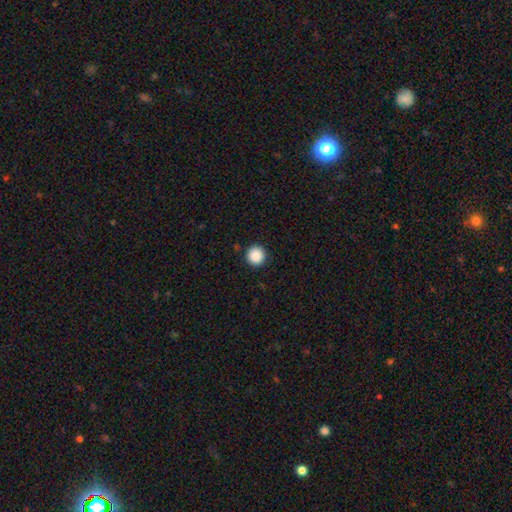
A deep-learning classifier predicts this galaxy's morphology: Smooth or featured: smooth — 89% (star or artifact — 9%)
How rounded: round — 96% (in between — 3%)
Merging: none — 92% (minor disturbance — 5%)